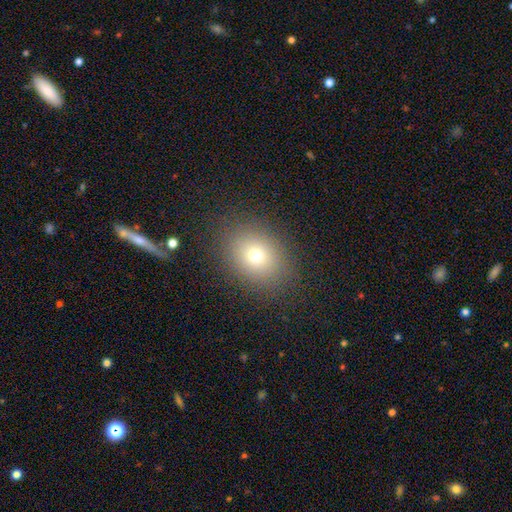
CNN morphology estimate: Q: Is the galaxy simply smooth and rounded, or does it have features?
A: smooth — 72%.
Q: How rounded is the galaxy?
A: round — 51%.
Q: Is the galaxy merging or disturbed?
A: none — 87%.